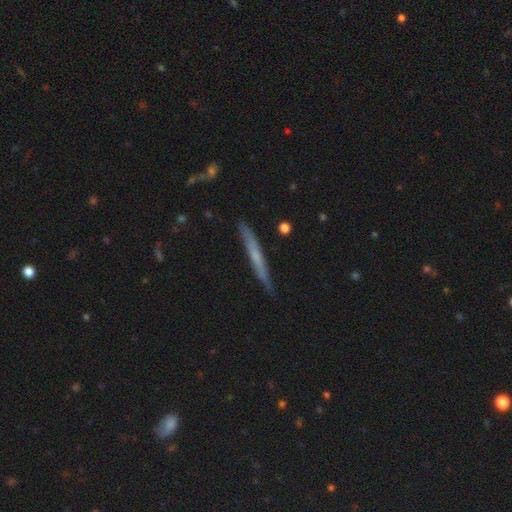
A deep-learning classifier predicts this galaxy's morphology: type=featured or disk (48%); merging=none (86%).